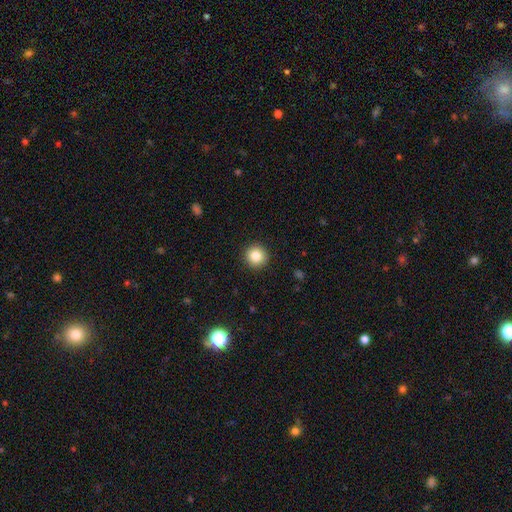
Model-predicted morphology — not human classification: smooth-or-featured: smooth: 84% | star or artifact: 10% | featured or disk: 7%
  how-rounded: round: 95% | in between: 4% | cigar-shaped: 1%
  merging: none: 93% | minor disturbance: 5% | major disturbance: 2% | merger: 1%